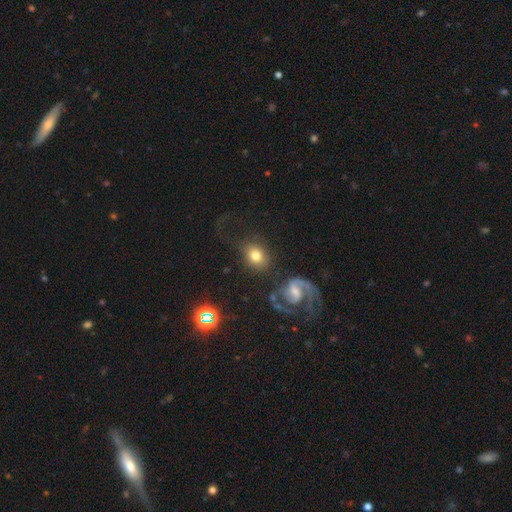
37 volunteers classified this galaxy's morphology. Smooth or featured: smooth — 54% (featured or disk — 38%)
How rounded: in between — 55% (round — 45%)
Merging: major disturbance — 38% (none — 35%)